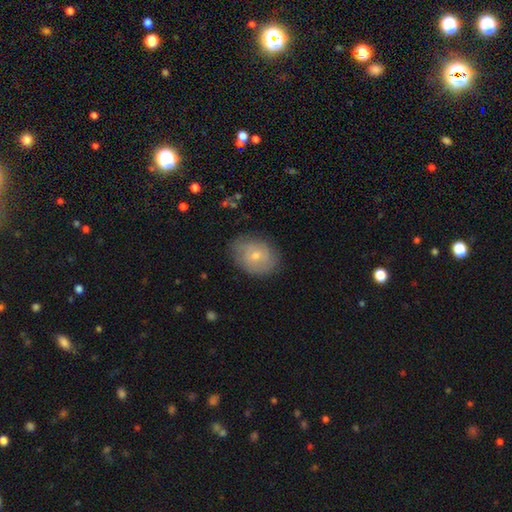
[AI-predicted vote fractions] smooth 47%, featured or disk 46%, star or artifact 8%. Down the decision tree: merging — none (78%).